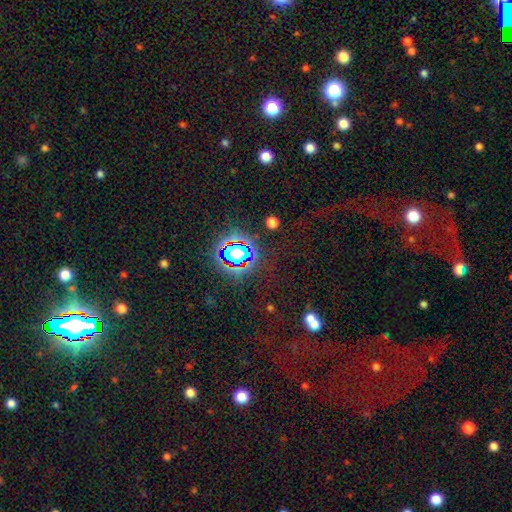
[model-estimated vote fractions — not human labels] A star or artifact, not a galaxy (74%).